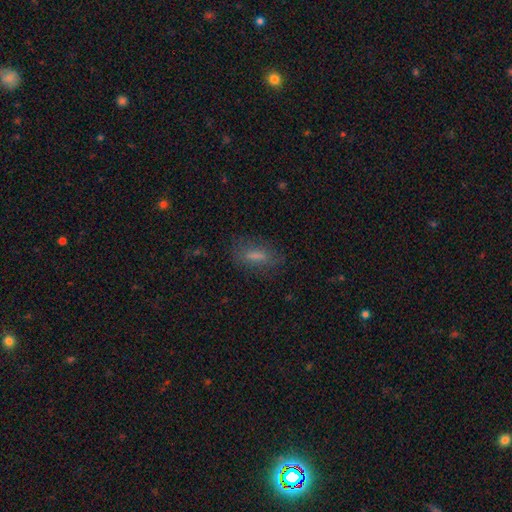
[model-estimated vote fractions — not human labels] A smooth galaxy with no disk features (70%) that is in between round and cigar-shaped (63%).

Vote fractions:
- Smooth or featured? smooth: 70% / featured or disk: 18% / star or artifact: 12%
- How rounded? in between: 63% / cigar-shaped: 33% / round: 4%
- Merging? none: 74% / minor disturbance: 17% / major disturbance: 8% / merger: 2%